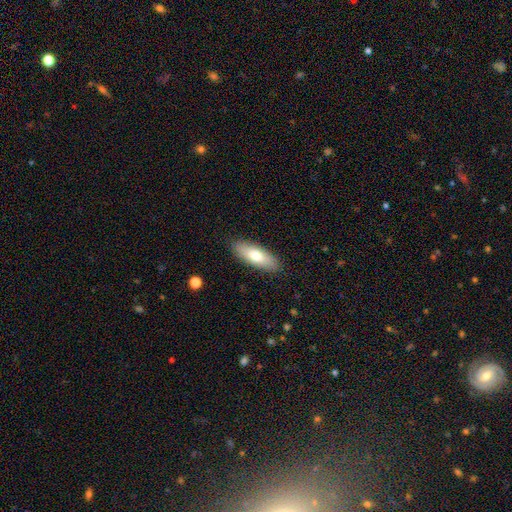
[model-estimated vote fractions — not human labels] A smooth galaxy with no disk features (74%) that is in between round and cigar-shaped (68%). Merging: none (88%).